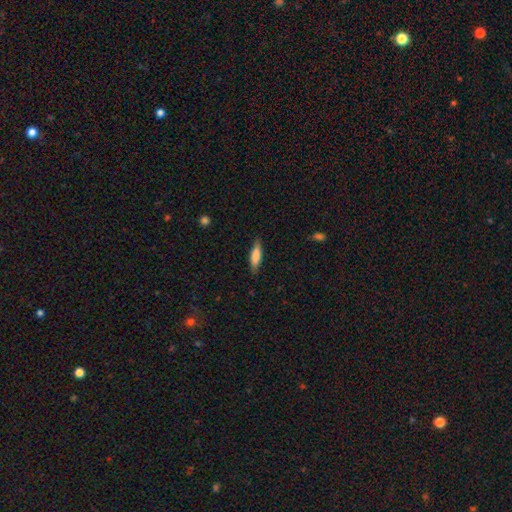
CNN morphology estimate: Smooth or featured? Predicted: smooth (p=0.77). How rounded? Predicted: cigar-shaped (p=0.64). Merging? Predicted: none (p=0.83).